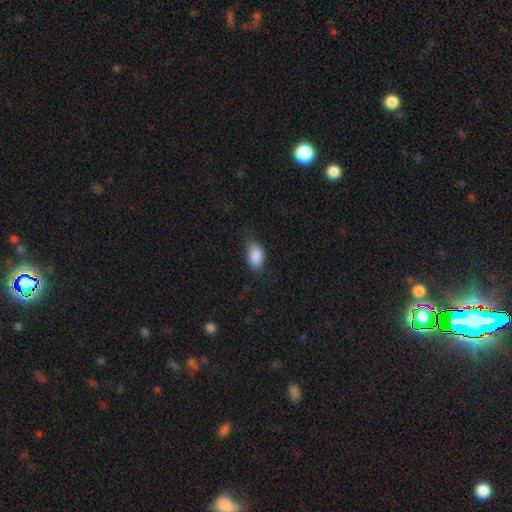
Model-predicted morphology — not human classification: Smooth or featured: smooth — 87% (star or artifact — 8%)
How rounded: in between — 91% (round — 6%)
Merging: none — 59% (minor disturbance — 31%)